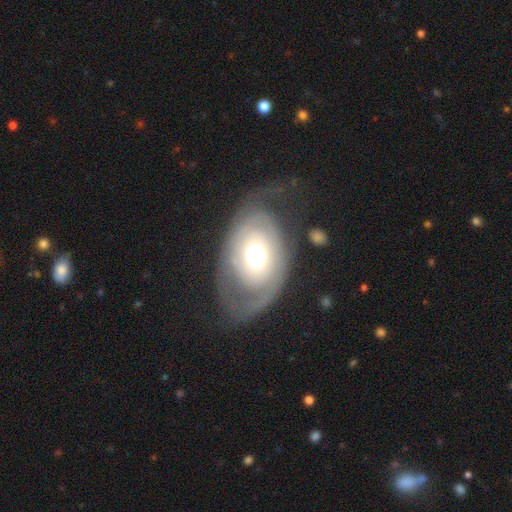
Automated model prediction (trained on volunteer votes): Overall: featured or disk (69%). Edge-on disk: no (95%). Bar: no (80%). Spiral arms: yes (75%). Bulge size: moderate (49%; large 26%). Merging: none (53%; major disturbance 24%).